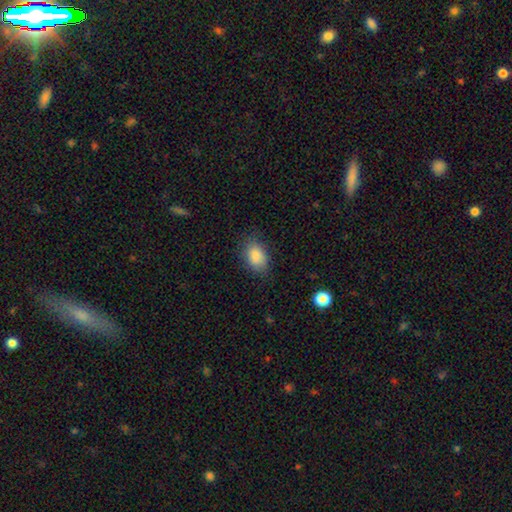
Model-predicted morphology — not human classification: Smooth or featured? smooth (86%)
How rounded? in between (84%)
Merging? none (78%)